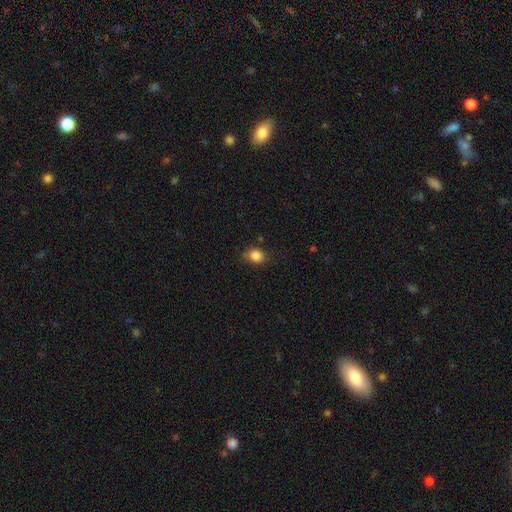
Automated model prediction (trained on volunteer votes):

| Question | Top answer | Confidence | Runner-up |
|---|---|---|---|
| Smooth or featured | smooth | 85% | star or artifact (11%) |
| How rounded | round | 65% | in between (34%) |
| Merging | none | 79% | minor disturbance (16%) |